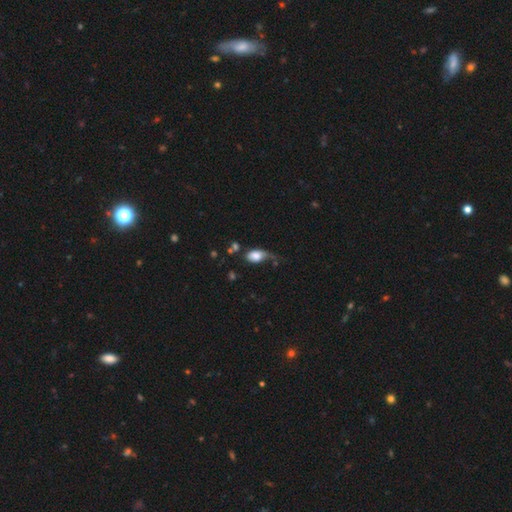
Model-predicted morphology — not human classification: A smooth galaxy with no disk features (73%) that is in between round and cigar-shaped (85%).

Vote fractions:
- Smooth or featured? smooth: 73% / featured or disk: 19% / star or artifact: 8%
- How rounded? in between: 85% / round: 12% / cigar-shaped: 3%
- Merging? major disturbance: 33% / none: 28% / minor disturbance: 28% / merger: 11%